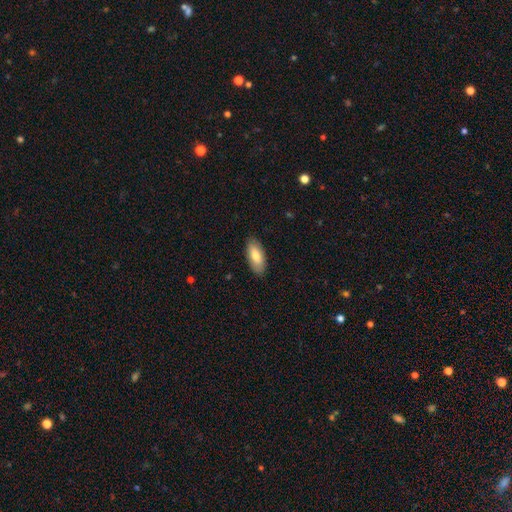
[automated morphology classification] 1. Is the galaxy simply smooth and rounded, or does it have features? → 78% smooth, 17% featured or disk, 6% star or artifact.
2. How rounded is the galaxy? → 87% in between, 11% cigar-shaped, 2% round.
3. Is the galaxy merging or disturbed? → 87% none, 10% minor disturbance, 2% major disturbance, 1% merger.